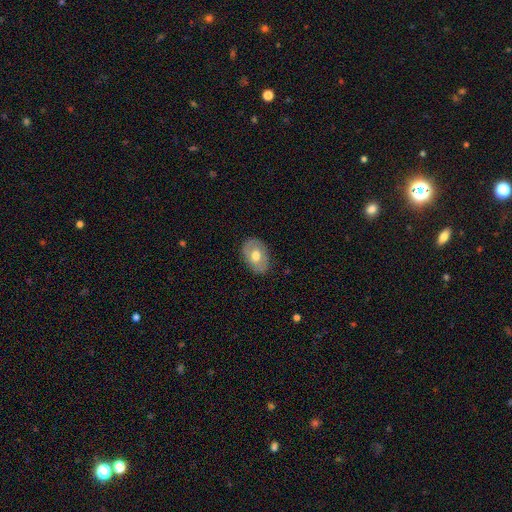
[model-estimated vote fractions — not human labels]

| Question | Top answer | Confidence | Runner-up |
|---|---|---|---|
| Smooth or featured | smooth | 60% | featured or disk (33%) |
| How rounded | in between | 82% | round (17%) |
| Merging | none | 83% | minor disturbance (13%) |